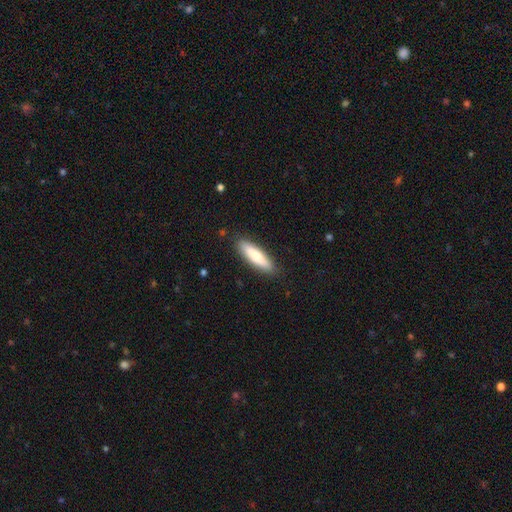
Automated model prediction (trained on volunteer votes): Overall: smooth (74%). How rounded: cigar-shaped (67%; in between 31%). Merging: none (87%).